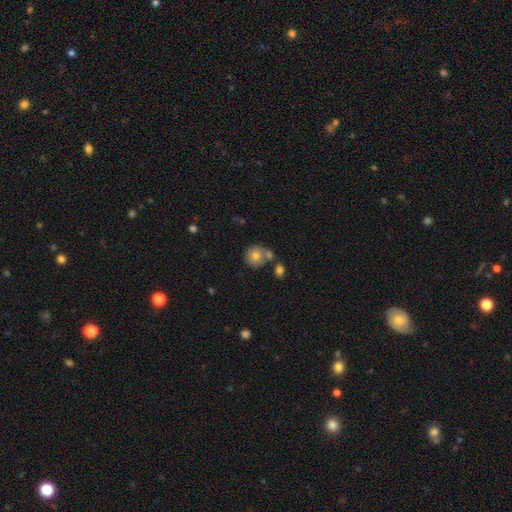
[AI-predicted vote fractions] Smooth or featured? Predicted: smooth (p=0.75). How rounded? Predicted: round (p=0.89). Merging? Predicted: none (p=0.56).